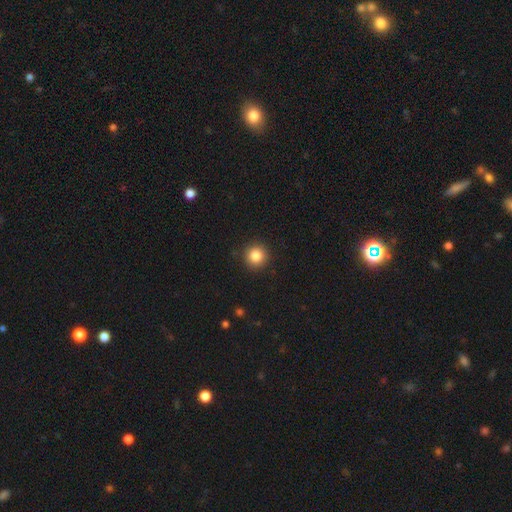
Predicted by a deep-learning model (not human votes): smooth_or_featured: smooth (p=0.85) [alt: star or artifact p=0.10]
how_rounded: round (p=0.95) [alt: in between p=0.04]
merging: none (p=0.92) [alt: minor disturbance p=0.05]